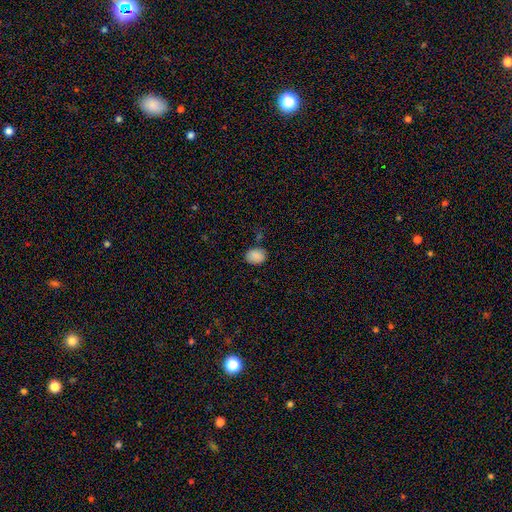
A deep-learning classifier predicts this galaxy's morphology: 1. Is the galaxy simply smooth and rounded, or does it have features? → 88% smooth, 8% star or artifact, 4% featured or disk.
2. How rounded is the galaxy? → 63% in between, 36% round, 1% cigar-shaped.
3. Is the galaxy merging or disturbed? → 79% none, 14% minor disturbance, 4% merger, 3% major disturbance.